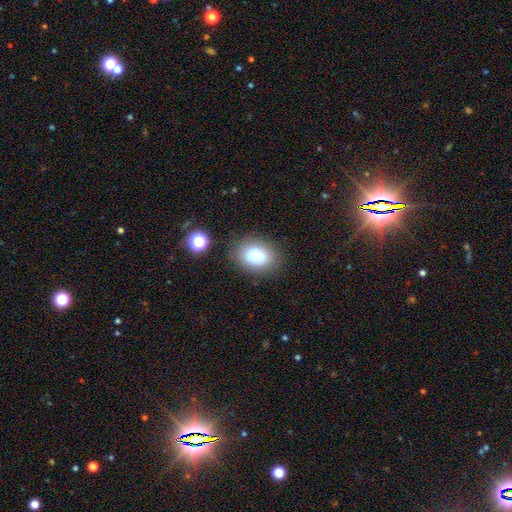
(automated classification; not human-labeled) smooth_or_featured: smooth (p=0.80) [alt: star or artifact p=0.10]
how_rounded: in between (p=0.68) [alt: round p=0.31]
merging: none (p=0.80) [alt: minor disturbance p=0.12]